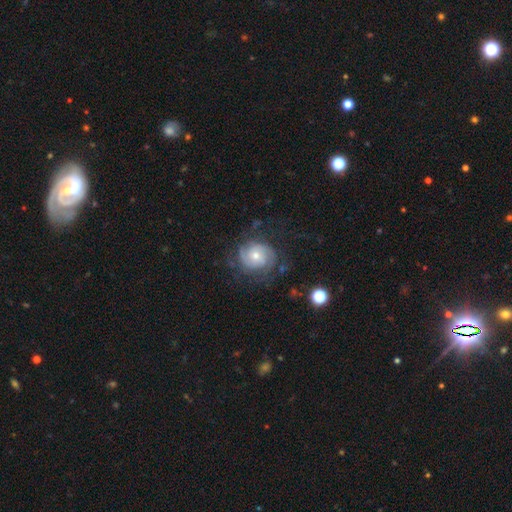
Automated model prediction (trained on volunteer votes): Smooth or featured: featured or disk — 75% (smooth — 19%)
Edge-on disk: no — 98% (yes — 2%)
Bar: no — 74% (weak — 22%)
Spiral arms: yes — 90% (no — 10%)
Spiral winding: tight — 54% (medium — 33%)
Spiral arm count: 2 — 39% (can't tell — 32%)
Bulge size: moderate — 52% (small — 42%)
Merging: none — 63% (minor disturbance — 20%)